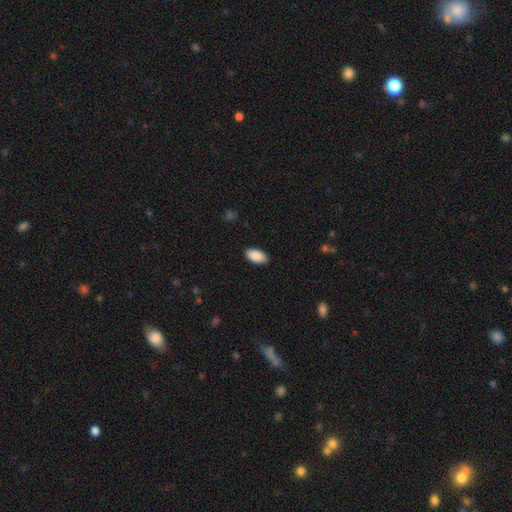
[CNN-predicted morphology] The model was most divided on "merging": none: 88%, minor disturbance: 9%, major disturbance: 2%, merger: 1%. More confident: how rounded — in between (95%); smooth or featured — smooth (91%).